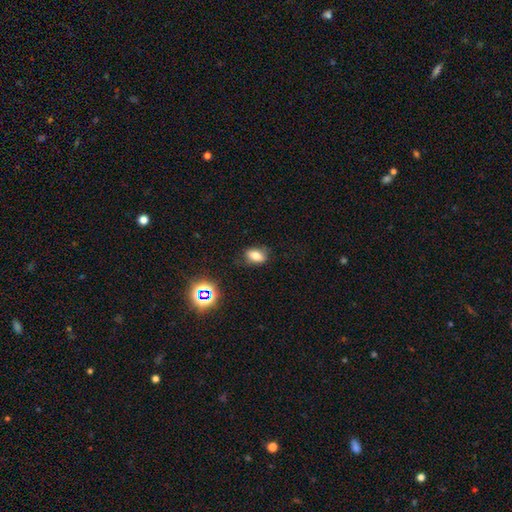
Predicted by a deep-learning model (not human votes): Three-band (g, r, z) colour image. It shows a smooth galaxy with no disk features (74%) that is in between round and cigar-shaped (83%). Merging: none (78%).